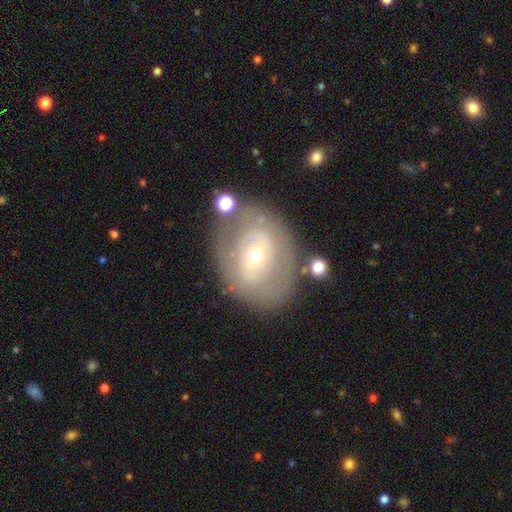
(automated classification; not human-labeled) The model was most divided on "bulge size": small: 60%, moderate: 35%, large: 2%, dominant: 1%, none: 1%. More confident: edge-on disk — no (93%); merging — none (72%); spiral arms — no (66%); bar — no (61%); smooth or featured — featured or disk (59%).